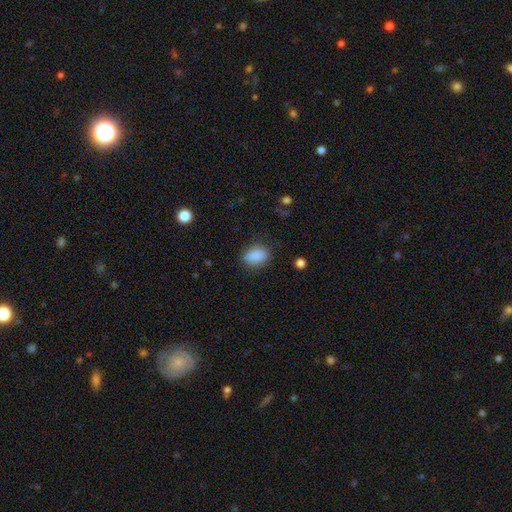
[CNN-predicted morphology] Smooth or featured? Predicted: smooth (p=0.87). How rounded? Predicted: in between (p=0.82). Merging? Predicted: none (p=0.81).